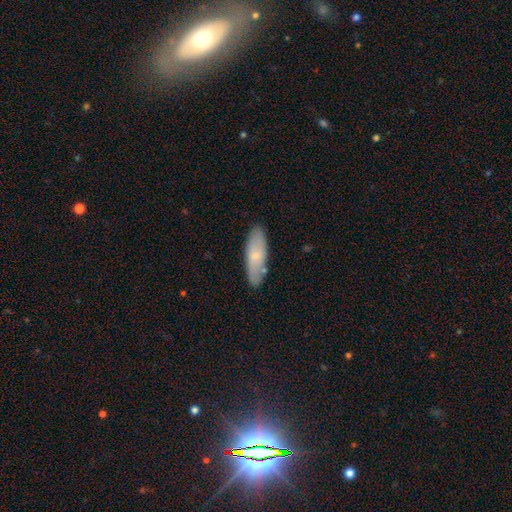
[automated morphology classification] smooth 69%, featured or disk 25%, star or artifact 6%. Down the decision tree: how rounded — in between (60%); merging — none (79%).